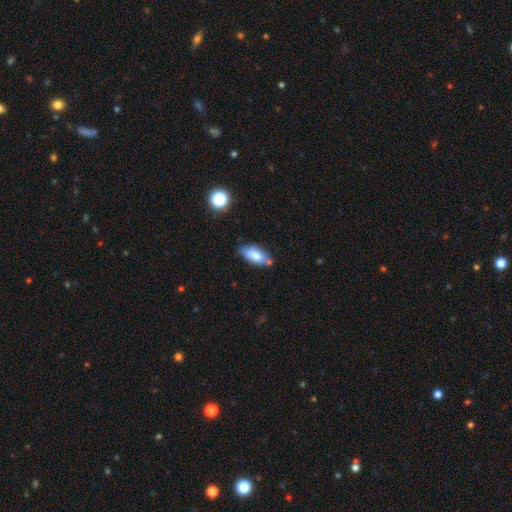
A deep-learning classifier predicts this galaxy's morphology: Smooth or featured: smooth — 74% (featured or disk — 18%)
How rounded: in between — 84% (cigar-shaped — 12%)
Merging: none — 69% (minor disturbance — 19%)